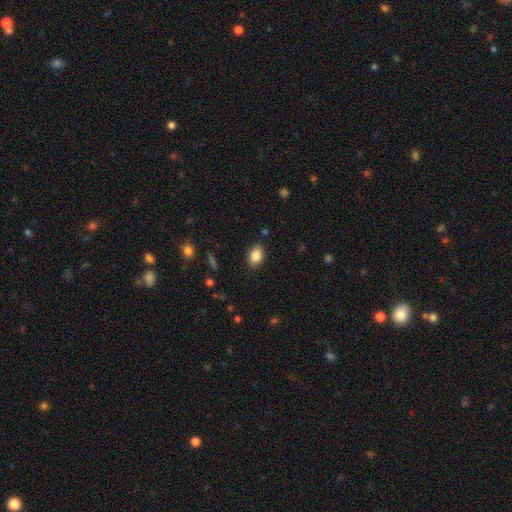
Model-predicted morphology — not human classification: A smooth galaxy with no disk features (85%) that is in between round and cigar-shaped (83%).

Vote fractions:
- Smooth or featured? smooth: 85% / star or artifact: 8% / featured or disk: 6%
- How rounded? in between: 83% / round: 15% / cigar-shaped: 1%
- Merging? none: 87% / minor disturbance: 9% / major disturbance: 2% / merger: 1%